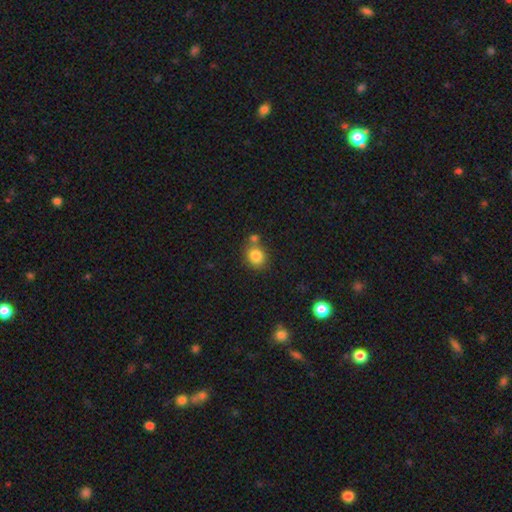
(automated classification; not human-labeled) smooth_or_featured: smooth (p=0.83) [alt: star or artifact p=0.10]
how_rounded: round (p=0.74) [alt: in between p=0.25]
merging: none (p=0.64) [alt: merger p=0.21]